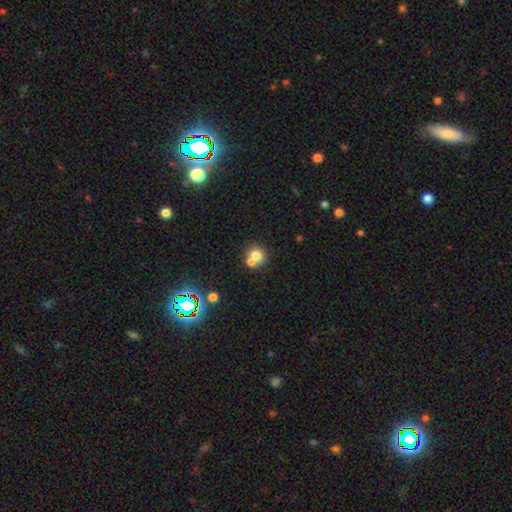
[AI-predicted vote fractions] A smooth galaxy with no disk features (72%) that is round (86%). Merging: none (46%).